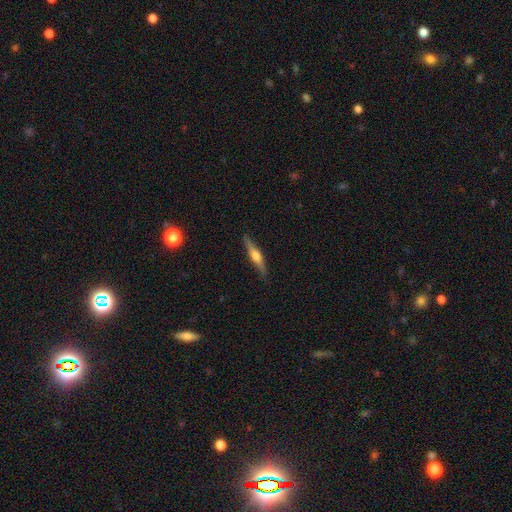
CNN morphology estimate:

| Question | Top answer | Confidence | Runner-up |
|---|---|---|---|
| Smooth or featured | featured or disk | 60% | smooth (34%) |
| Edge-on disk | yes | 95% | no (5%) |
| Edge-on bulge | rounded | 84% | boxy (10%) |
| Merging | none | 86% | minor disturbance (11%) |